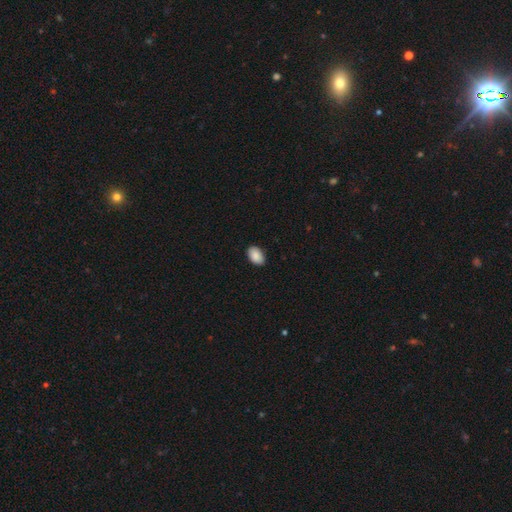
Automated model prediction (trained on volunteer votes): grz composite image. It shows a smooth galaxy with no disk features (90%) that is in between round and cigar-shaped (91%). Merging: none (87%).